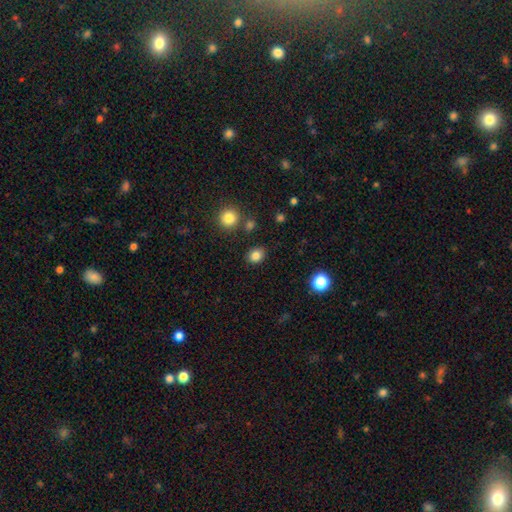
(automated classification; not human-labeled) smooth-or-featured: smooth: 83% | star or artifact: 12% | featured or disk: 5%
  how-rounded: round: 56% | in between: 43% | cigar-shaped: 1%
  merging: none: 85% | minor disturbance: 9% | merger: 3% | major disturbance: 3%